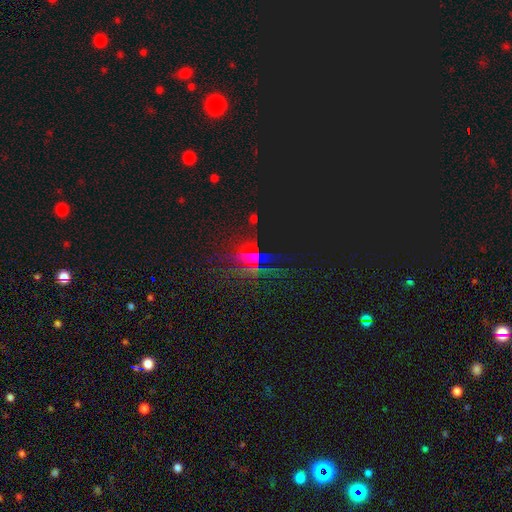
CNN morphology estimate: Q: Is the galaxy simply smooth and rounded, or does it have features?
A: star or artifact — 70%.